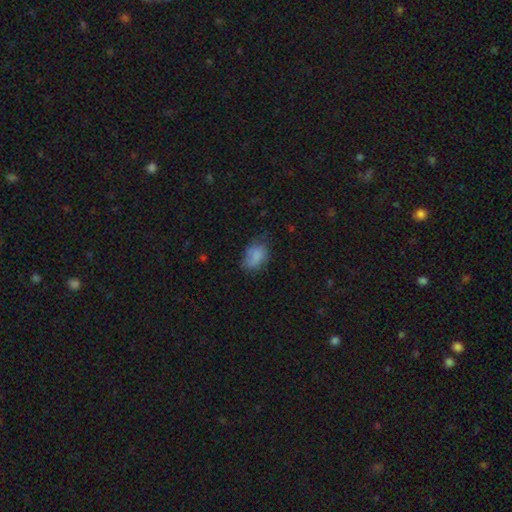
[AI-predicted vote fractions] A smooth galaxy with no disk features (79%) that is in between round and cigar-shaped (83%).

Vote fractions:
- Smooth or featured? smooth: 79% / featured or disk: 12% / star or artifact: 9%
- How rounded? in between: 83% / round: 15% / cigar-shaped: 1%
- Merging? none: 53% / minor disturbance: 32% / major disturbance: 13% / merger: 2%